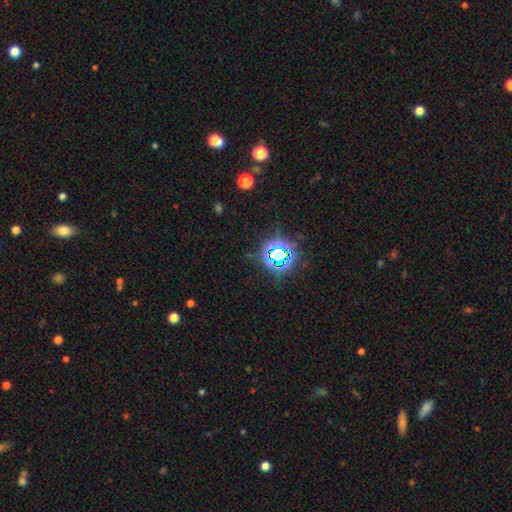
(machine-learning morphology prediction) A star or artifact, not a galaxy (78%).